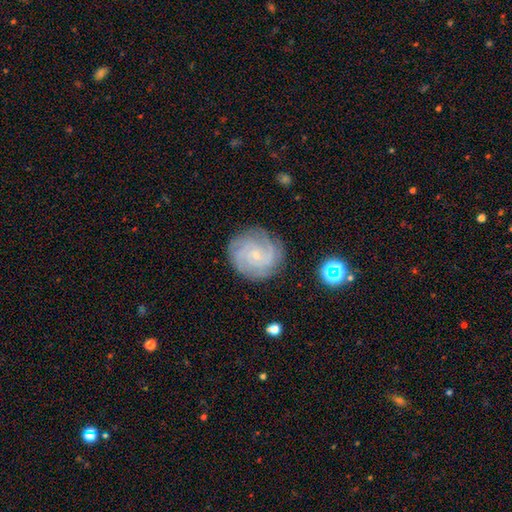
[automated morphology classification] Overall: featured or disk (79%). Edge-on disk: no (98%). Bar: no (74%). Spiral arms: yes (96%). Spiral arm count: can't tell (25%, tied with 4). Spiral winding: tight (70%). Bulge size: small (84%). Merging: none (82%).